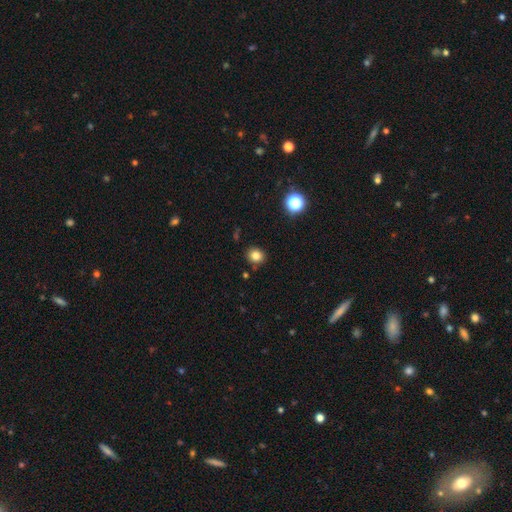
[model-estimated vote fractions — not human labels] The model was most divided on "how rounded": round: 74%, in between: 25%, cigar-shaped: 1%. More confident: merging — none (87%); smooth or featured — smooth (81%).